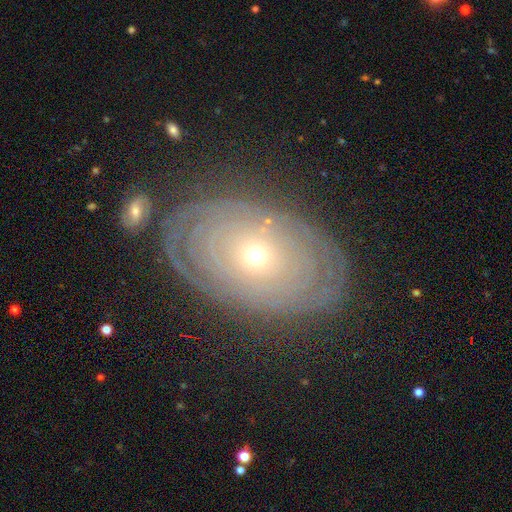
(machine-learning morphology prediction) A featured or disk galaxy (74%) with no bar (88%), tight (88%) spiral arms (80%) and a small central bulge (63%). Merging: none (80%).